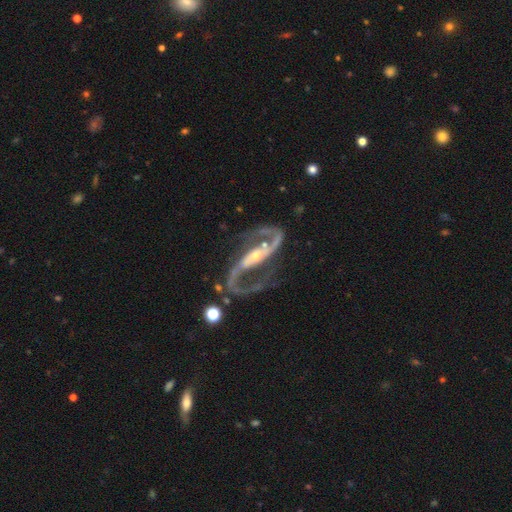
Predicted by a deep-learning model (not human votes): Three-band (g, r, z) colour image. It shows a featured or disk galaxy (93%) with a strong bar (56%), 2 (94%) medium (47%) spiral arms (98%) and a small central bulge (63%). Merging: none (71%).